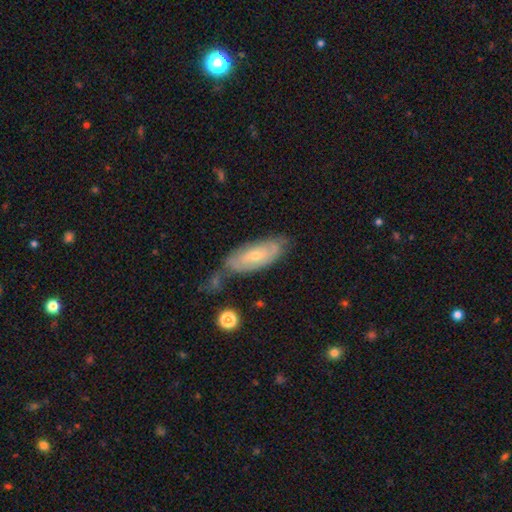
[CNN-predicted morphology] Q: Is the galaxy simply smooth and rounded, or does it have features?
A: featured or disk — 57%.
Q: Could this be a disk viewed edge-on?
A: no — 86%.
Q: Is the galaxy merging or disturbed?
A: none — 54%.